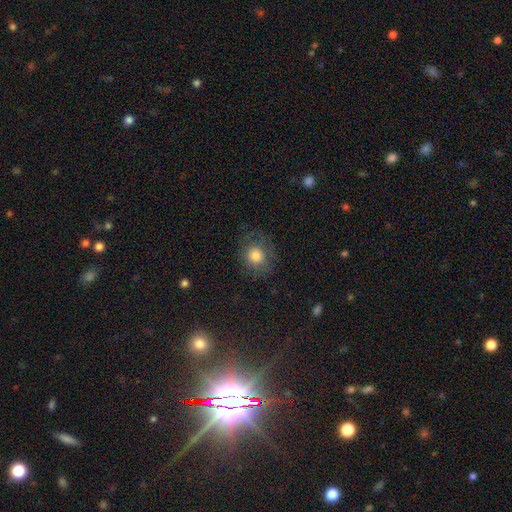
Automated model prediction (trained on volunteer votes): A smooth galaxy with no disk features (80%) that is round (82%). Merging: none (75%).